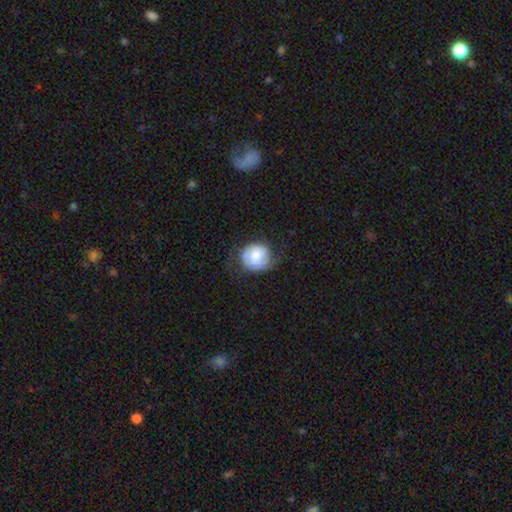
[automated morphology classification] This is possibly a smooth galaxy (57%). How rounded: likely round (78%). Merging: possibly none (59%).